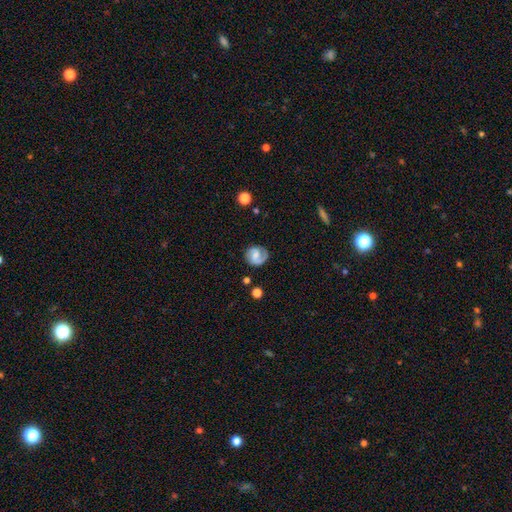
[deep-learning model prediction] Smooth or featured: featured or disk — 60% (smooth — 32%)
Edge-on disk: no — 98% (yes — 2%)
Bar: weak — 46% (no — 42%)
Spiral arms: yes — 91% (no — 9%)
Spiral winding: medium — 42% (tight — 37%)
Spiral arm count: 2 — 66% (1 — 23%)
Bulge size: small — 35% (moderate — 34%)
Merging: none — 74% (minor disturbance — 17%)